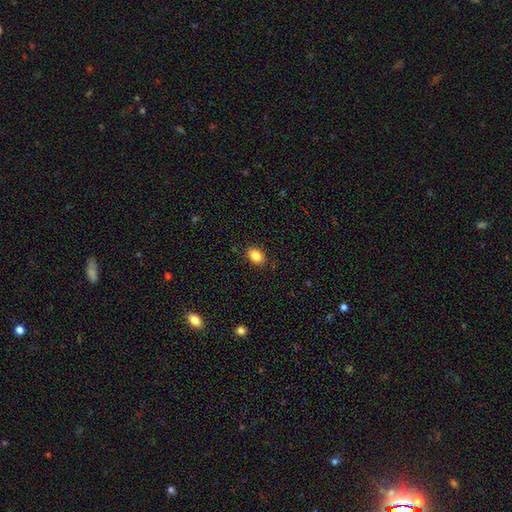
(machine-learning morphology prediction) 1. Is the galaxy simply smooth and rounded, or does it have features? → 86% smooth, 9% star or artifact, 5% featured or disk.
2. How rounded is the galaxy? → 78% in between, 21% round, 1% cigar-shaped.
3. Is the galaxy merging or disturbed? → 86% none, 11% minor disturbance, 2% major disturbance, 1% merger.